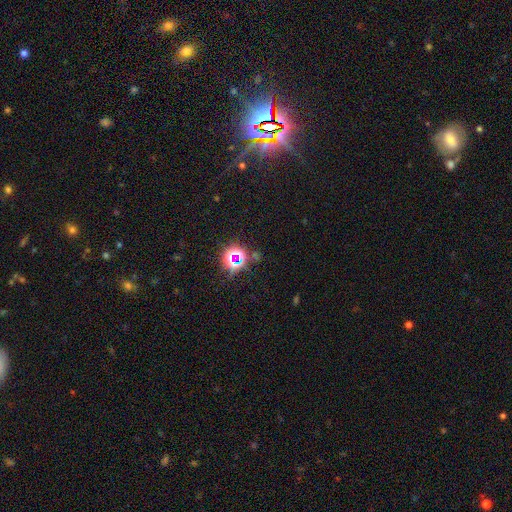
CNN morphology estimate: type=star or artifact (81%).